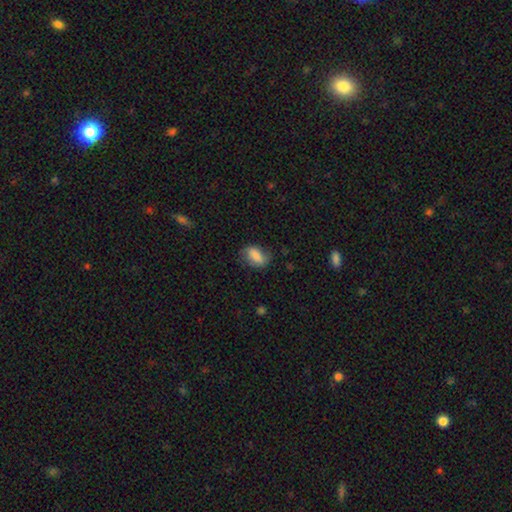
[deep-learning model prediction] Q: Smooth or featured?
A: smooth (73%); runner-up: featured or disk (19%)
Q: How rounded?
A: in between (85%); runner-up: round (12%)
Q: Merging?
A: none (63%); runner-up: minor disturbance (26%)